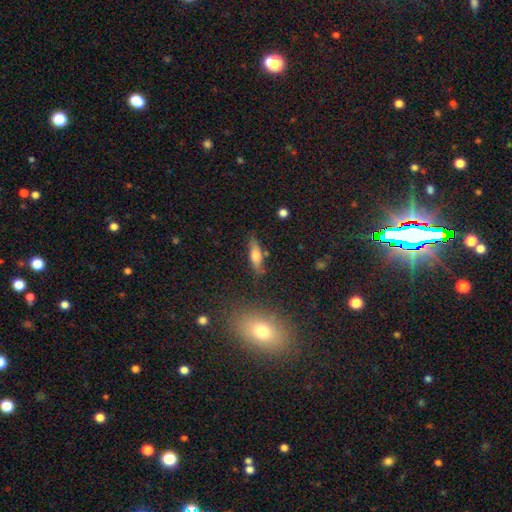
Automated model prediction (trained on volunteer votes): Smooth or featured?
  - smooth: 65% *
  - featured or disk: 26%
  - star or artifact: 9%
How rounded?
  - cigar-shaped: 55% *
  - in between: 42%
  - round: 3%
Merging?
  - none: 77% *
  - minor disturbance: 15%
  - major disturbance: 4%
  - merger: 4%